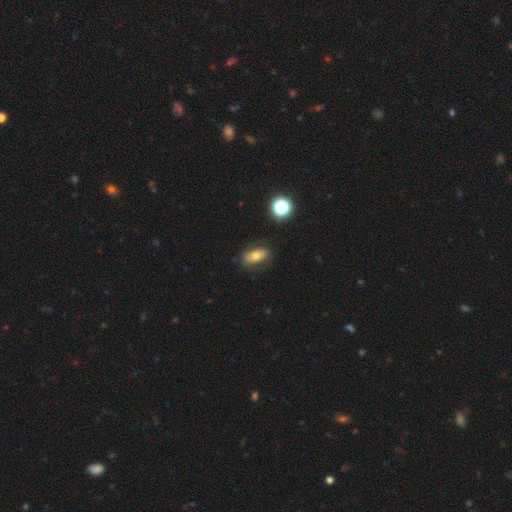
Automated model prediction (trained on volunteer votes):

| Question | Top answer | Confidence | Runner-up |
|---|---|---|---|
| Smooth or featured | smooth | 57% | featured or disk (33%) |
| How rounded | in between | 86% | round (10%) |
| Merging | none | 77% | minor disturbance (15%) |